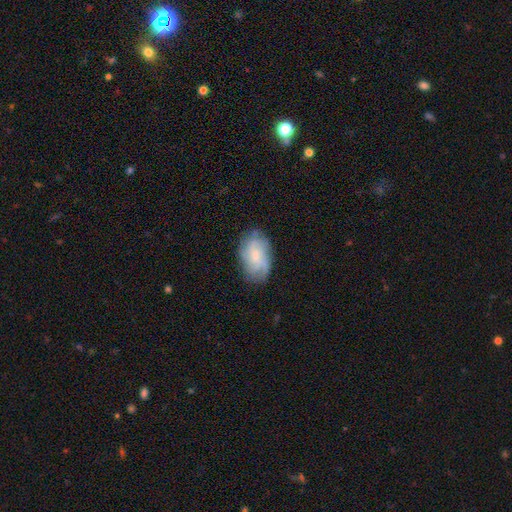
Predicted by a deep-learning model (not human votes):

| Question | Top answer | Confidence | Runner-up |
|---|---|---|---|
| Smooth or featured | featured or disk | 52% | smooth (40%) |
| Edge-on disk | no | 96% | yes (4%) |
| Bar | no | 63% | weak (33%) |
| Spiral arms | yes | 86% | no (14%) |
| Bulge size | small | 53% | moderate (33%) |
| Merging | none | 72% | minor disturbance (20%) |